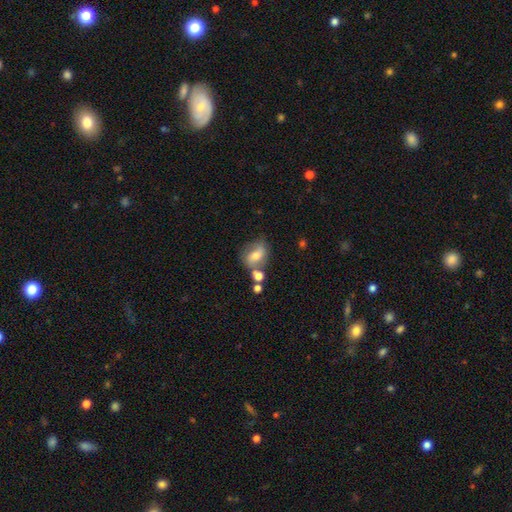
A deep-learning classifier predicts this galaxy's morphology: smooth_or_featured: smooth (p=0.53) [alt: featured or disk p=0.36]
how_rounded: in between (p=0.62) [alt: round p=0.36]
merging: none (p=0.47) [alt: merger p=0.25]